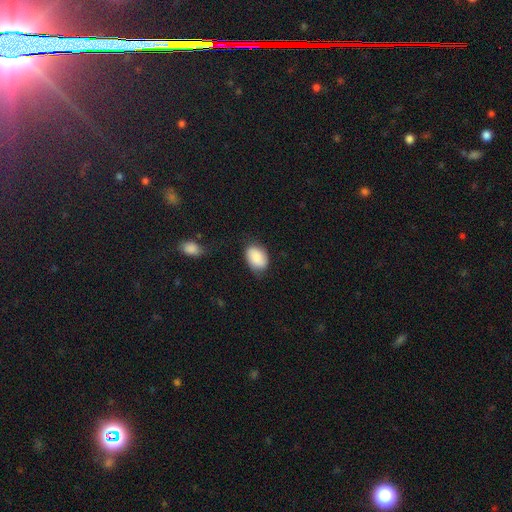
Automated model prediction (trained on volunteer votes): Morphology: type=smooth (82%); roundness=in between (81%); merging=none (69%).